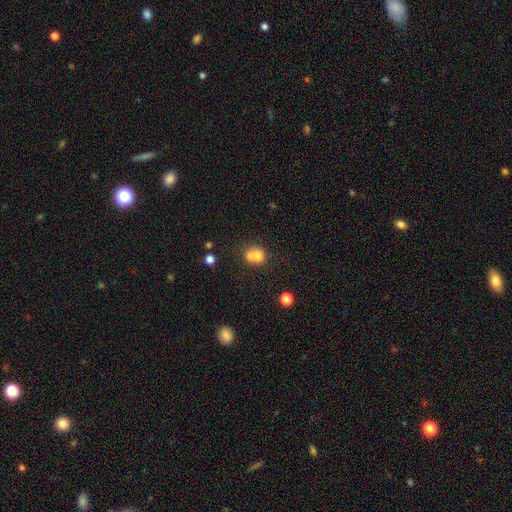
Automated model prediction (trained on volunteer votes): Morphology: type=smooth (70%); roundness=round (77%); merging=merger (62%).